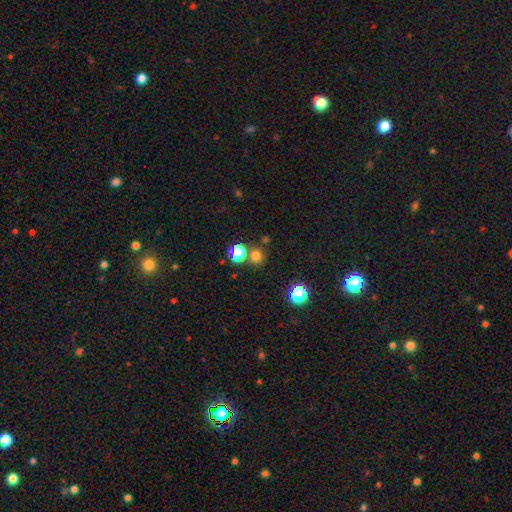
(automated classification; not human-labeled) A smooth galaxy with no disk features (72%) that is round (88%).

Vote fractions:
- Smooth or featured? smooth: 72% / star or artifact: 22% / featured or disk: 6%
- How rounded? round: 88% / in between: 11% / cigar-shaped: 1%
- Merging? none: 71% / merger: 19% / minor disturbance: 7% / major disturbance: 3%